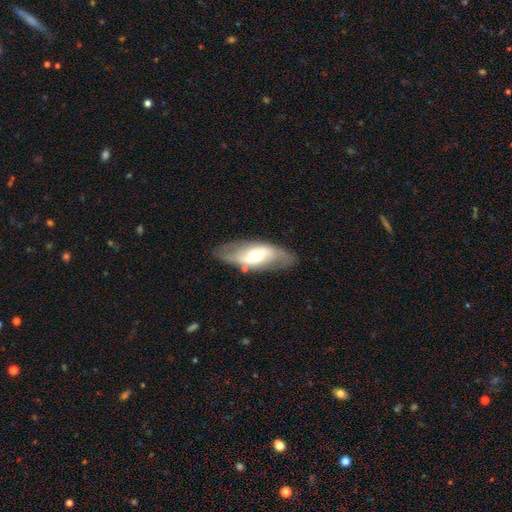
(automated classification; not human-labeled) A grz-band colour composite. It shows a featured or disk galaxy (63%) with a weak bar (36%), spiral arms (65%) and a moderate central bulge (64%). Merging: none (76%).